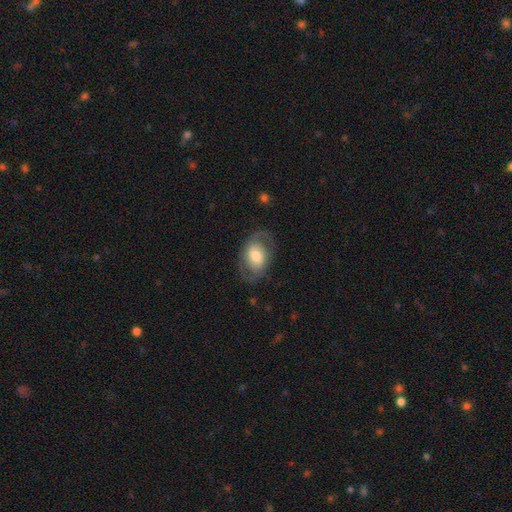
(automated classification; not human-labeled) smooth_or_featured: featured or disk (p=0.52) [alt: smooth p=0.41]
disk_edge_on: no (p=0.95) [alt: yes p=0.05]
merging: none (p=0.70) [alt: minor disturbance p=0.17]